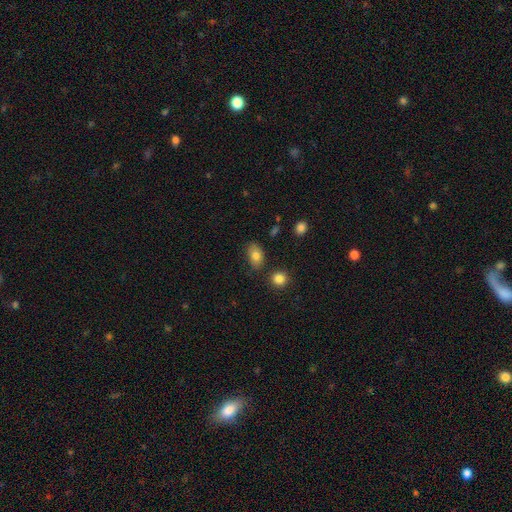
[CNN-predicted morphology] Smooth or featured? smooth (80%)
How rounded? in between (86%)
Merging? none (74%)